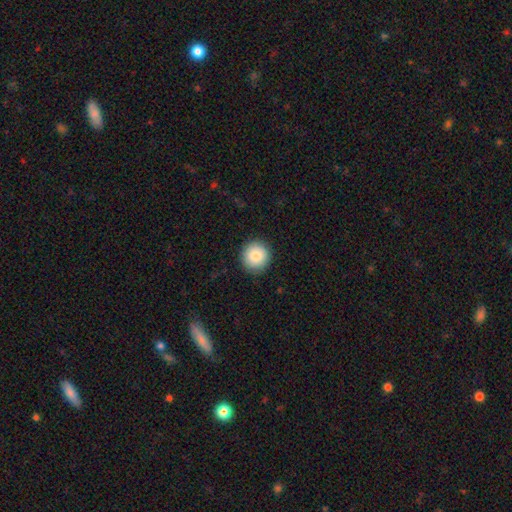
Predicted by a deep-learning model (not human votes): Overall: smooth (86%). How rounded: round (94%). Merging: none (91%).